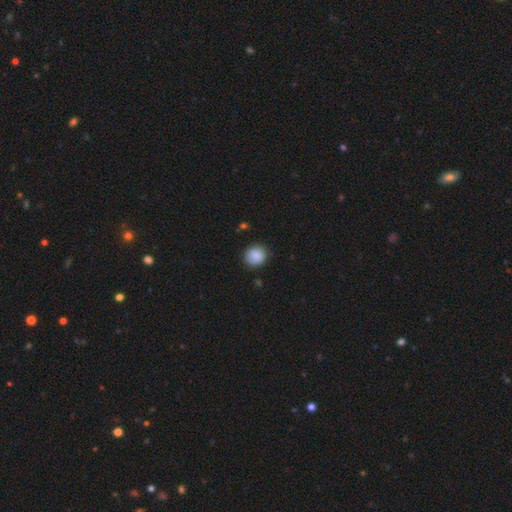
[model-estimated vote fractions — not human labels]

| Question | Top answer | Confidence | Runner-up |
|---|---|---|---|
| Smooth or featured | smooth | 87% | star or artifact (8%) |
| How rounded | round | 81% | in between (18%) |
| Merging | none | 82% | minor disturbance (13%) |